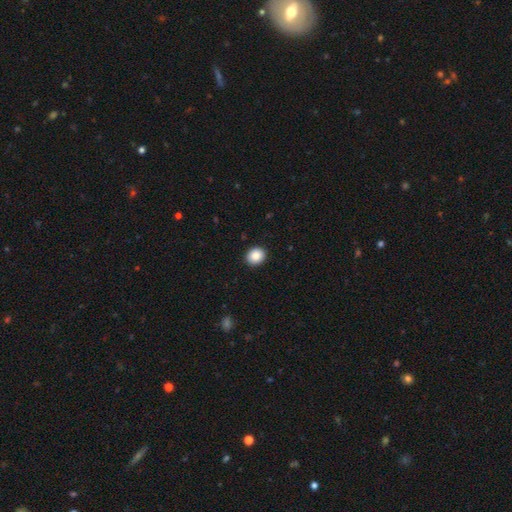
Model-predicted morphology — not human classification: smooth 87%, star or artifact 8%, featured or disk 4%. Down the decision tree: how rounded — round (71%); merging — none (92%).